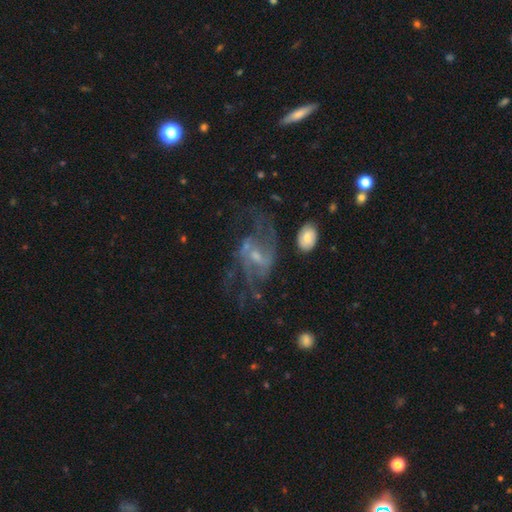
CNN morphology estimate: Q: Smooth or featured?
A: featured or disk (81%); runner-up: star or artifact (9%)
Q: Edge-on disk?
A: no (96%); runner-up: yes (4%)
Q: Bar?
A: weak (51%); runner-up: no (33%)
Q: Spiral arms?
A: yes (87%); runner-up: no (13%)
Q: Spiral winding?
A: loose (54%); runner-up: medium (36%)
Q: Spiral arm count?
A: 2 (61%); runner-up: can't tell (18%)
Q: Bulge size?
A: small (55%); runner-up: moderate (34%)
Q: Merging?
A: none (47%); runner-up: major disturbance (30%)